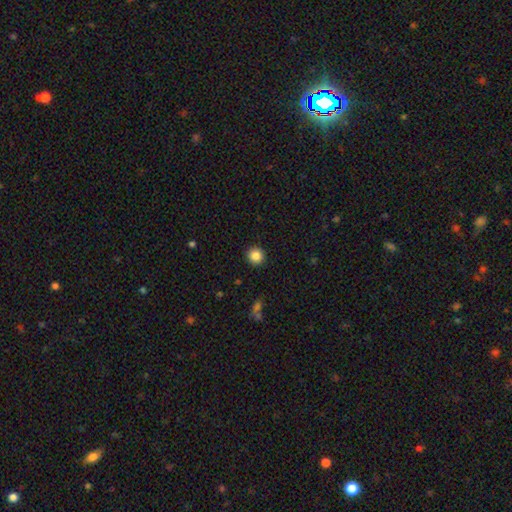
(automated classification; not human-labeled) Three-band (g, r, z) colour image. It shows a smooth galaxy with no disk features (86%) that is round (93%). Merging: none (92%).